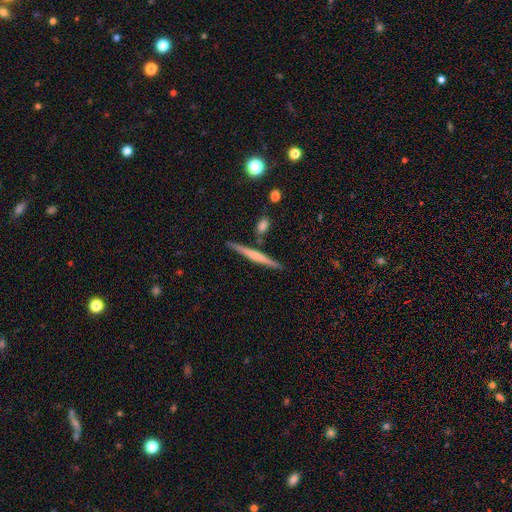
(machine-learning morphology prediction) Smooth or featured: featured or disk — 51% (smooth — 43%)
Edge-on disk: yes — 97% (no — 3%)
Merging: none — 82% (minor disturbance — 9%)